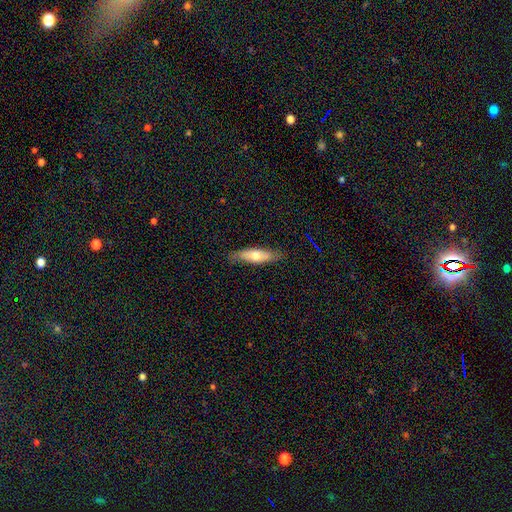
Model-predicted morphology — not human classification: Smooth or featured: smooth — 59% (featured or disk — 35%)
How rounded: cigar-shaped — 58% (in between — 40%)
Merging: none — 81% (minor disturbance — 14%)